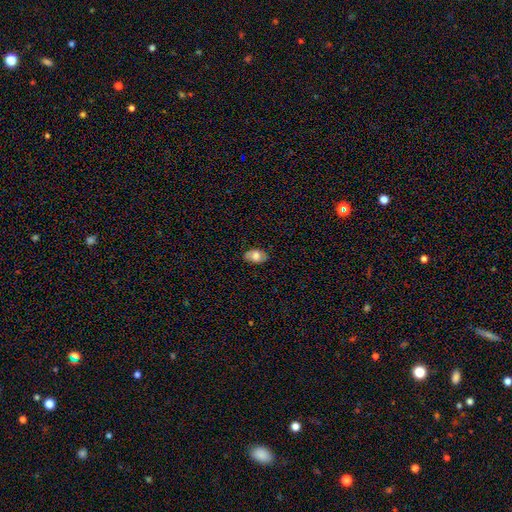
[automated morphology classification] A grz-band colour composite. It shows a smooth galaxy with no disk features (69%) that is in between round and cigar-shaped (90%). Merging: none (81%).